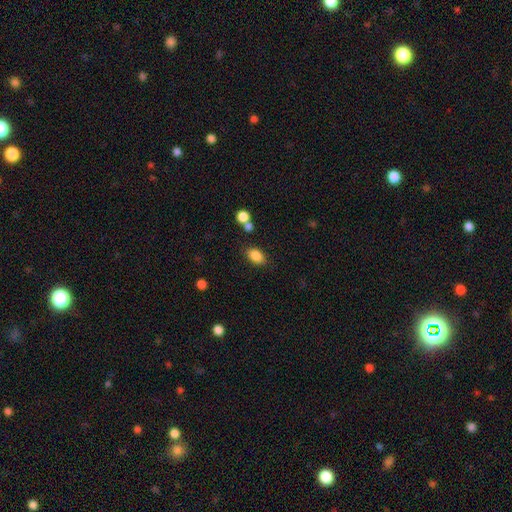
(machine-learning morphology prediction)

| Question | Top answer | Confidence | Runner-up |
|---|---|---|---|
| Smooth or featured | smooth | 86% | star or artifact (9%) |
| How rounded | in between | 88% | round (10%) |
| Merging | none | 79% | minor disturbance (12%) |